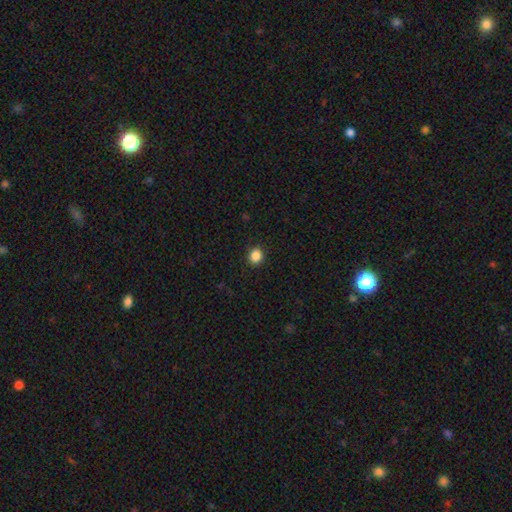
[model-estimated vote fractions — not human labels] Smooth or featured? Predicted: smooth (p=0.86). How rounded? Predicted: round (p=0.82). Merging? Predicted: none (p=0.91).